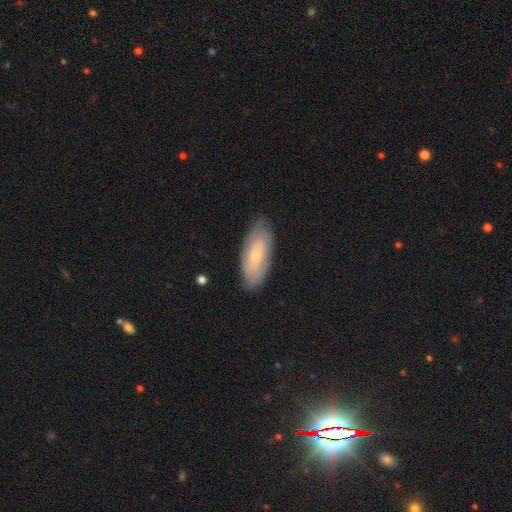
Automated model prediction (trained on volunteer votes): The model was most divided on "smooth or featured": featured or disk: 50%, smooth: 44%, star or artifact: 6%. More confident: merging — none (77%).